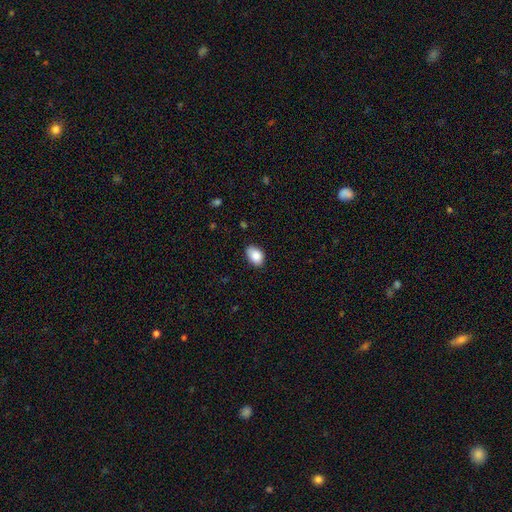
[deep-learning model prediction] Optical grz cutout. It shows a smooth galaxy with no disk features (87%) that is in between round and cigar-shaped (88%). Merging: none (82%).